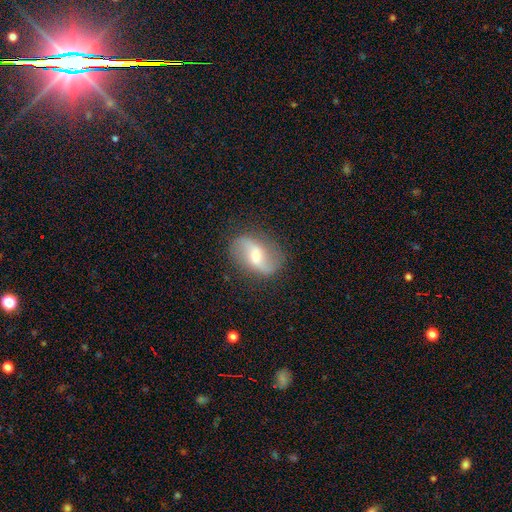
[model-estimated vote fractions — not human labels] A featured or disk galaxy (77%) with a weak bar (49%), 2 (92%) loose (76%) spiral arms (93%) and a moderate central bulge (52%). Merging: none (81%).